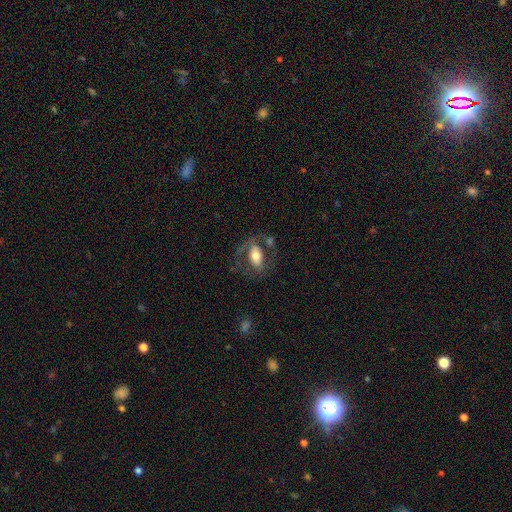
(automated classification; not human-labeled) smooth 50%, featured or disk 42%, star or artifact 7%. Down the decision tree: how rounded — in between (86%); merging — none (55%).